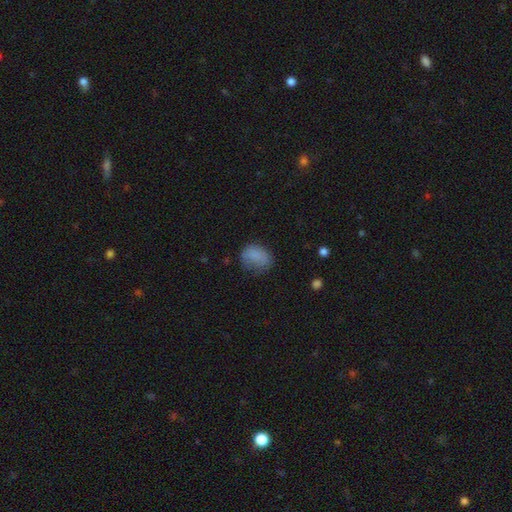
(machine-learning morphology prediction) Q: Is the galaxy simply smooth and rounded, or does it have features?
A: smooth — 79%.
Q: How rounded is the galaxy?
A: in between — 68%.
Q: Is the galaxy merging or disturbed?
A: none — 51%.